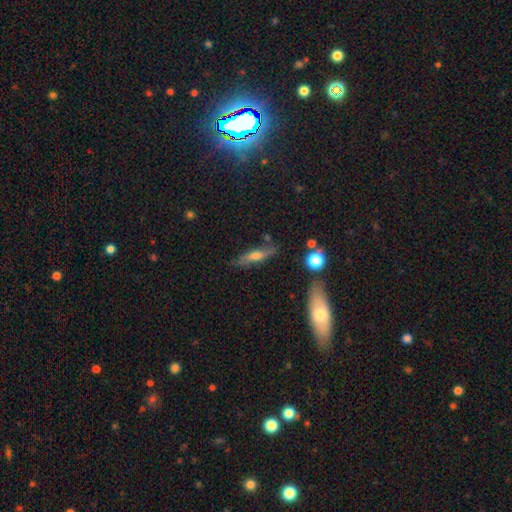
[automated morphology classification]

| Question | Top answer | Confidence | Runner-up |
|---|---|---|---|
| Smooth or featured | featured or disk | 48% | smooth (42%) |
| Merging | none | 78% | minor disturbance (15%) |